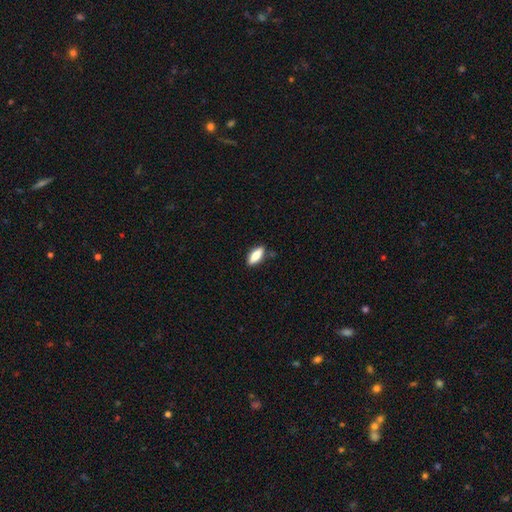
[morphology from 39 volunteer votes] Smooth or featured?
  - smooth: 59% *
  - featured or disk: 36%
  - star or artifact: 5%
How rounded?
  - in between: 70% *
  - cigar-shaped: 26%
  - round: 4%
Merging?
  - none: 70% *
  - minor disturbance: 24%
  - major disturbance: 5%
  - merger: 0%